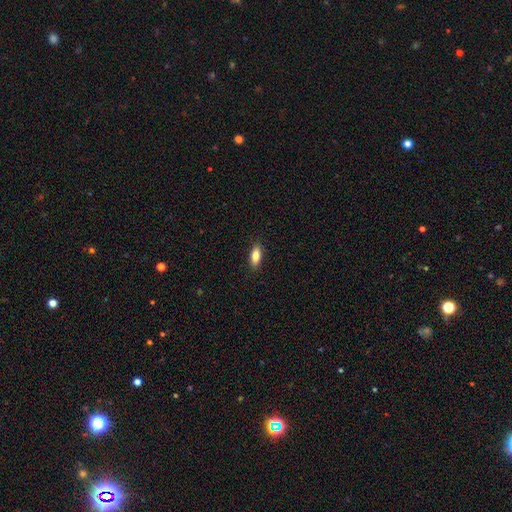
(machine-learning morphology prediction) A smooth galaxy with no disk features (84%) that is in between round and cigar-shaped (81%). Merging: none (88%).